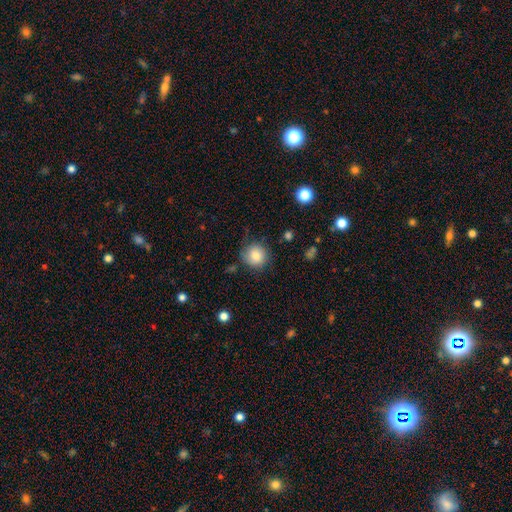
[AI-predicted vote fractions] Morphology: type=smooth (83%); roundness=round (91%); merging=none (80%).